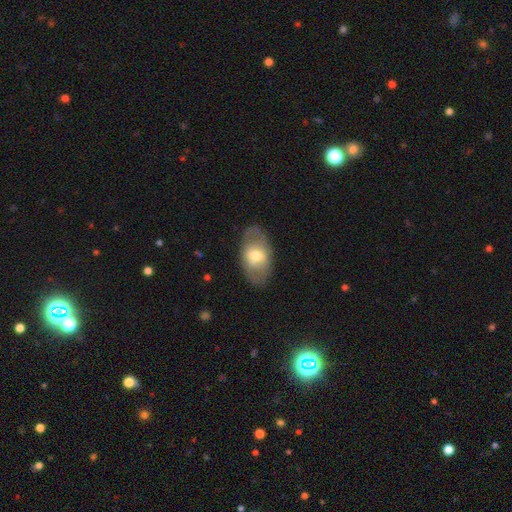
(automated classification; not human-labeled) A smooth galaxy with no disk features (51%) that is in between round and cigar-shaped (89%).

Vote fractions:
- Smooth or featured? smooth: 51% / featured or disk: 43% / star or artifact: 6%
- How rounded? in between: 89% / round: 8% / cigar-shaped: 2%
- Merging? none: 77% / minor disturbance: 16% / major disturbance: 6% / merger: 1%